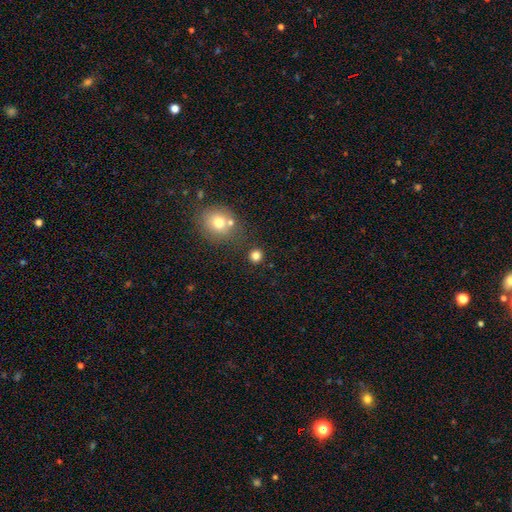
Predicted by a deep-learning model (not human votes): A smooth galaxy with no disk features (81%) that is round (90%). Merging: none (82%).